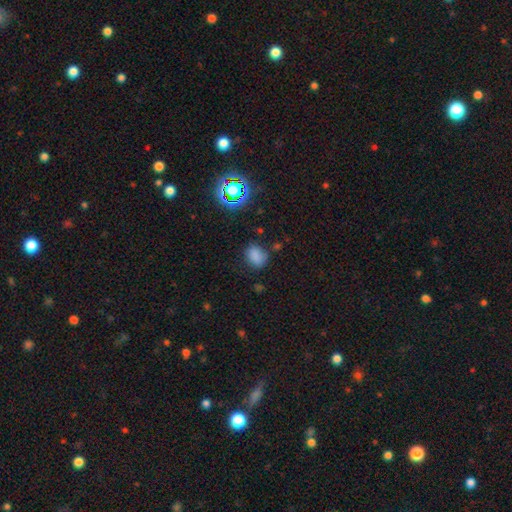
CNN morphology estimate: Smooth or featured? Predicted: smooth (p=0.77). How rounded? Predicted: in between (p=0.60). Merging? Predicted: none (p=0.74).